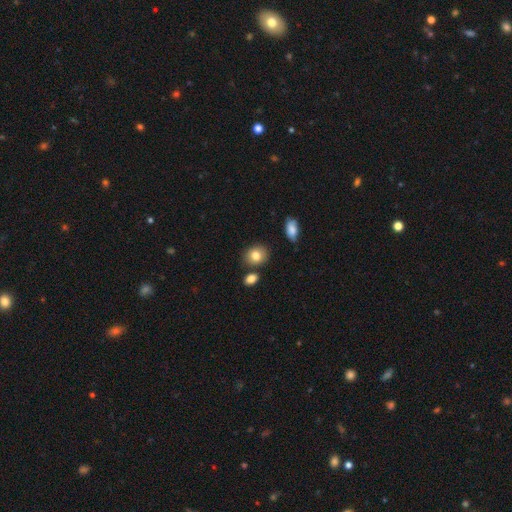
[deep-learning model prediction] Q: Smooth or featured?
A: smooth (81%); runner-up: featured or disk (10%)
Q: How rounded?
A: round (54%); runner-up: in between (45%)
Q: Merging?
A: none (77%); runner-up: minor disturbance (12%)